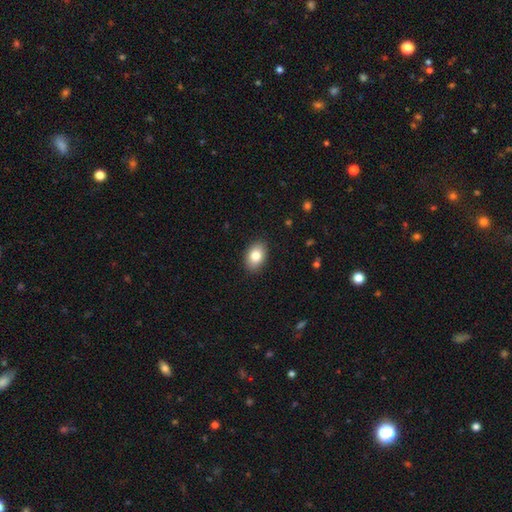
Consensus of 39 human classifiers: Smooth or featured? smooth (92%)
How rounded? in between (81%)
Merging? none (97%)